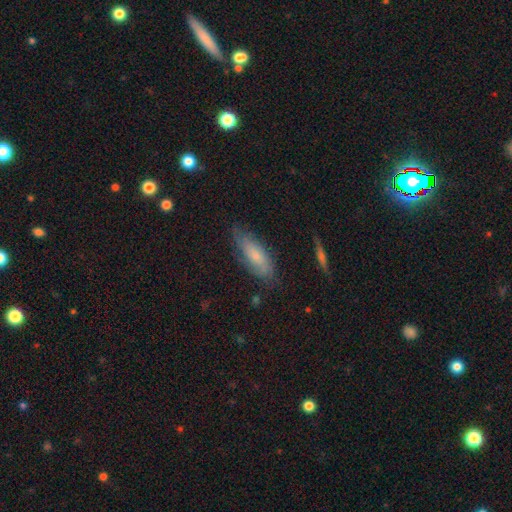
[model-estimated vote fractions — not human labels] smooth 61%, featured or disk 32%, star or artifact 7%. Down the decision tree: how rounded — in between (68%); merging — none (70%).